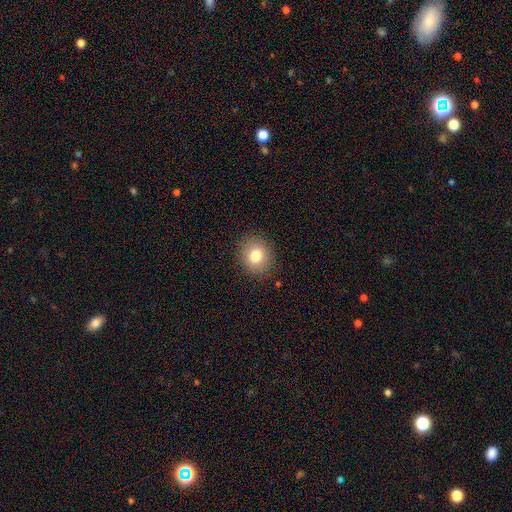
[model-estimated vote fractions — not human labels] smooth_or_featured: smooth (p=0.80) [alt: star or artifact p=0.11]
how_rounded: round (p=0.74) [alt: in between p=0.25]
merging: none (p=0.88) [alt: minor disturbance p=0.08]